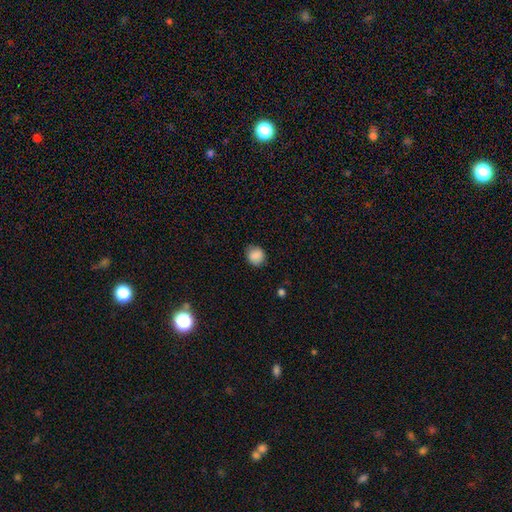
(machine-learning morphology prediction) Q: Smooth or featured?
A: smooth (88%); runner-up: star or artifact (9%)
Q: How rounded?
A: round (85%); runner-up: in between (14%)
Q: Merging?
A: none (85%); runner-up: minor disturbance (11%)